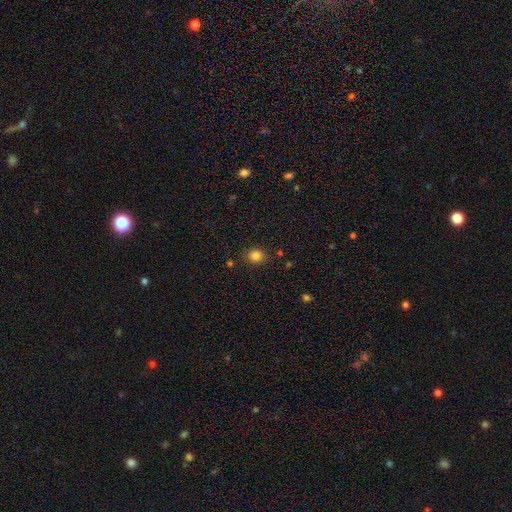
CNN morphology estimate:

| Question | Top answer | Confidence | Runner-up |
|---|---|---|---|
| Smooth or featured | smooth | 82% | star or artifact (12%) |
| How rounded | round | 74% | in between (25%) |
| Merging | none | 86% | minor disturbance (9%) |